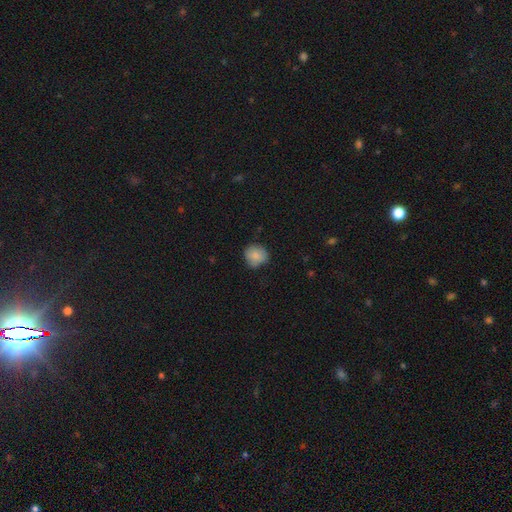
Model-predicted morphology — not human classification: This appears to be a smooth galaxy with no disk features (83%) that is round (83%). Merging: none (72%).